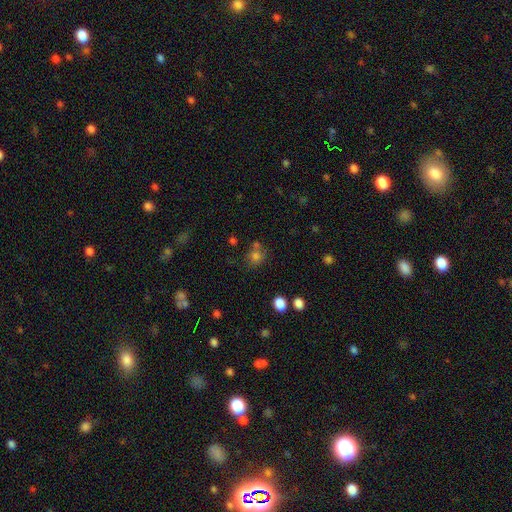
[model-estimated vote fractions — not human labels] This appears to be a smooth galaxy with no disk features (73%) that is round (77%). Merging: none (61%).